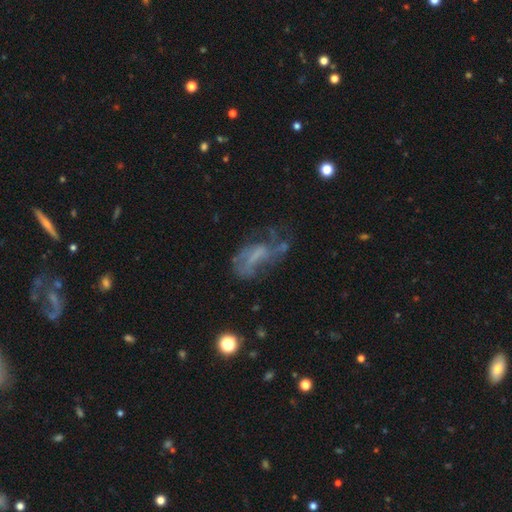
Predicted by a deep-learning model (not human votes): A featured or disk galaxy (57%) with no bar (59%), no spiral arms (56%) and no central bulge (64%).

Vote fractions:
- Smooth or featured? featured or disk: 57% / smooth: 27% / star or artifact: 16%
- Edge-on disk? no: 94% / yes: 6%
- Bar? no: 59% / weak: 29% / strong: 12%
- Spiral arms? no: 56% / yes: 44%
- Bulge size? none: 64% / small: 18% / moderate: 13% / large: 4% / dominant: 1%
- Merging? major disturbance: 38% / none: 33% / minor disturbance: 22% / merger: 7%